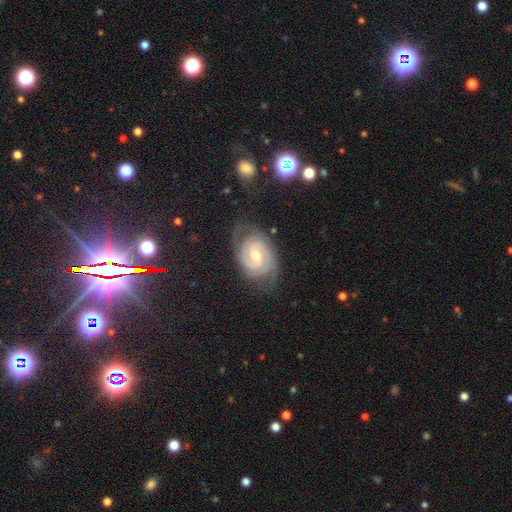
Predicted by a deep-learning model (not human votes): A featured or disk galaxy (88%) with a weak bar (46%), 2 (68%) tight (72%) spiral arms (97%) and a moderate central bulge (66%).

Vote fractions:
- Smooth or featured? featured or disk: 88% / smooth: 7% / star or artifact: 6%
- Edge-on disk? no: 97% / yes: 3%
- Bar? weak: 46% / no: 42% / strong: 12%
- Spiral arms? yes: 97% / no: 3%
- Spiral winding? tight: 72% / medium: 23% / loose: 5%
- Spiral arm count? 2: 68% / 3: 12% / can't tell: 11% / 4: 3% / 1: 3% / more than 4: 3%
- Bulge size? moderate: 66% / small: 30% / large: 3% / none: 1% / dominant: 1%
- Merging? none: 72% / minor disturbance: 19% / major disturbance: 7% / merger: 1%